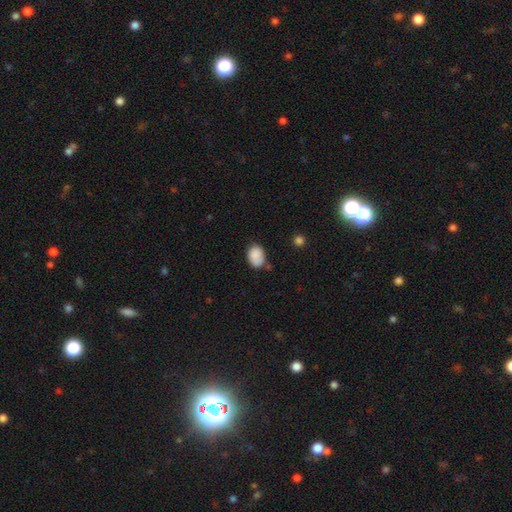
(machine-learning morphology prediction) Q: Smooth or featured?
A: smooth (87%); runner-up: star or artifact (8%)
Q: How rounded?
A: in between (72%); runner-up: round (27%)
Q: Merging?
A: none (63%); runner-up: minor disturbance (26%)